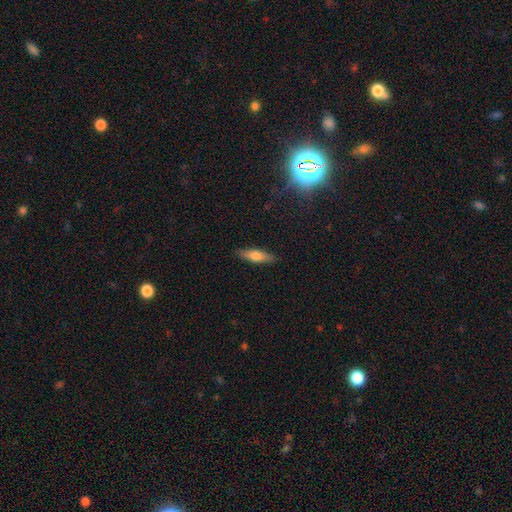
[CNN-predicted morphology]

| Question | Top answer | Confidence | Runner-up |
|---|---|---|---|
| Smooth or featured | smooth | 69% | featured or disk (25%) |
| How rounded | cigar-shaped | 56% | in between (42%) |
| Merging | none | 88% | minor disturbance (9%) |